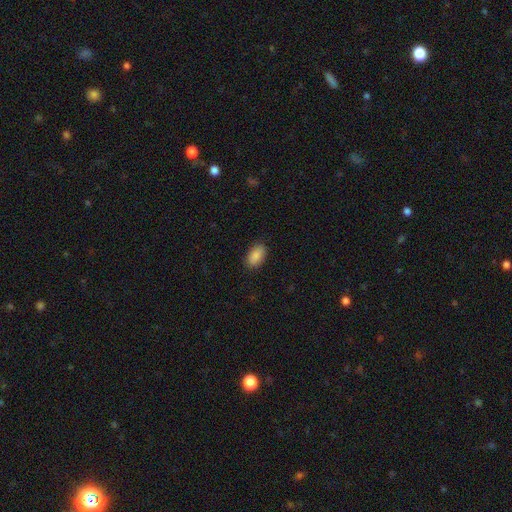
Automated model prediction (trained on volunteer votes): smooth 89%, star or artifact 7%, featured or disk 5%. Down the decision tree: how rounded — in between (93%); merging — none (87%).